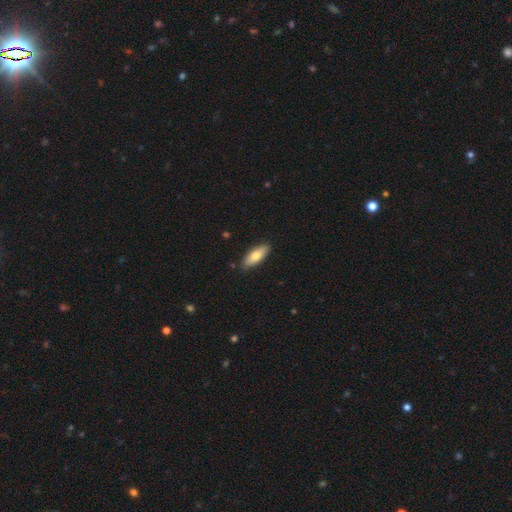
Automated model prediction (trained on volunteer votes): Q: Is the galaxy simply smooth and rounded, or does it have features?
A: smooth — 73%.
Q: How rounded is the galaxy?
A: in between — 70%.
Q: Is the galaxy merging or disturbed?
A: none — 88%.